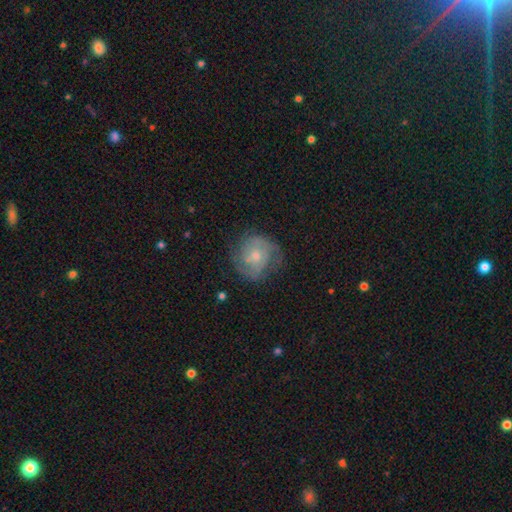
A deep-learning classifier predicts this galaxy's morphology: The model was most divided on "spiral winding": tight: 50%, medium: 38%, loose: 13%. Remaining: edge-on disk — no (98%); spiral arms — yes (87%); bar — no (73%); merging — none (69%); smooth or featured — featured or disk (67%); bulge size — small (60%); spiral arm count — 2 (42%).